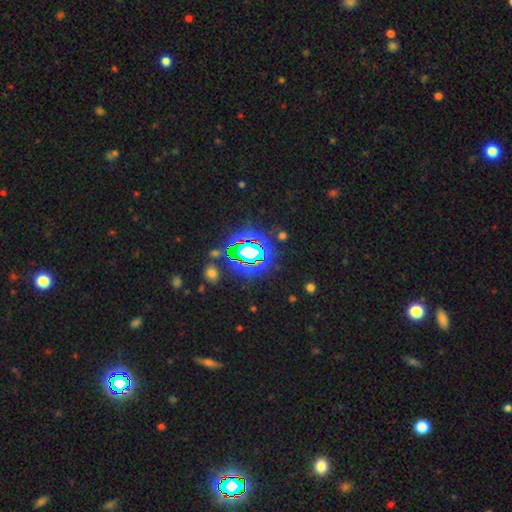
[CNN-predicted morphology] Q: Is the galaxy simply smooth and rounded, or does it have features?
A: star or artifact — 78%.